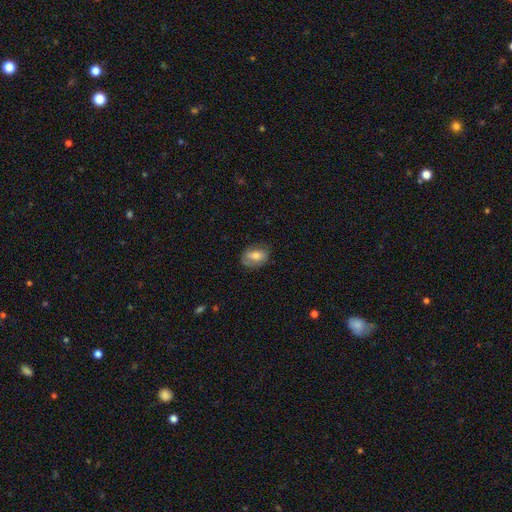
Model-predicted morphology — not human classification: Smooth or featured? Predicted: smooth (p=0.63). How rounded? Predicted: in between (p=0.80). Merging? Predicted: none (p=0.70).